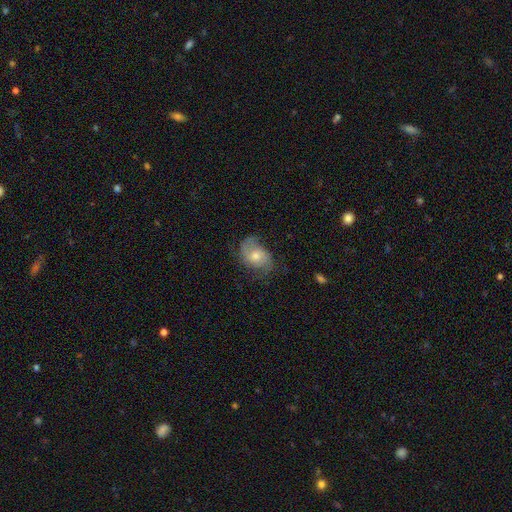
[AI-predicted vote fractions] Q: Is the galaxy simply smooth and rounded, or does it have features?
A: featured or disk — 60%.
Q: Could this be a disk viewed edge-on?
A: no — 96%.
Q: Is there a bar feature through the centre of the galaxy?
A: no — 67%.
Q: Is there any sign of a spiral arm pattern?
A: yes — 86%.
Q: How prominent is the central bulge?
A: moderate — 63%.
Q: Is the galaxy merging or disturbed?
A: none — 62%.